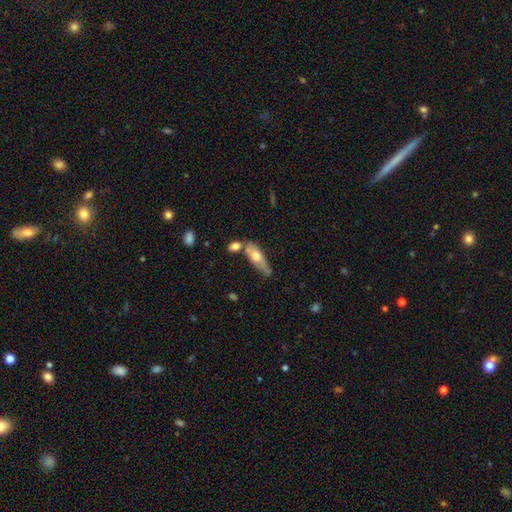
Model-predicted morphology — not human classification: Smooth or featured: smooth — 57% (featured or disk — 36%)
How rounded: in between — 57% (cigar-shaped — 40%)
Merging: none — 46% (merger — 24%)